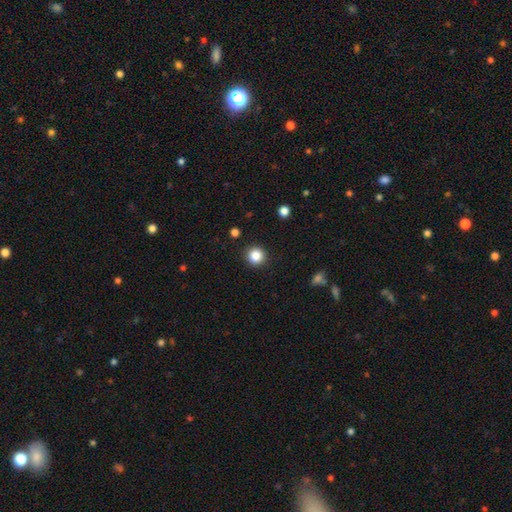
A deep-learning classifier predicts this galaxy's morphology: Smooth or featured: smooth — 85% (star or artifact — 11%)
How rounded: round — 94% (in between — 5%)
Merging: none — 91% (minor disturbance — 5%)